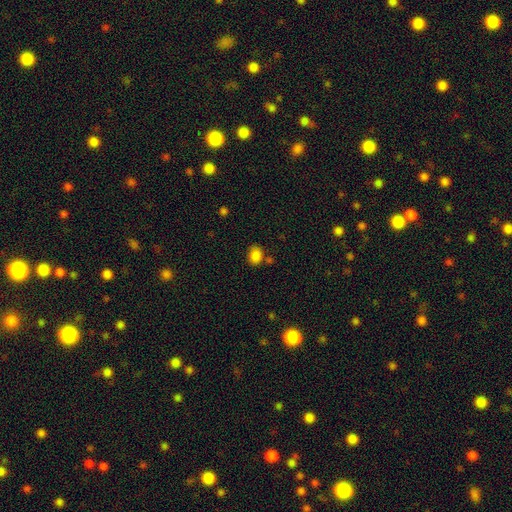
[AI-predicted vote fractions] Smooth or featured: smooth — 84% (star or artifact — 11%)
How rounded: in between — 55% (round — 44%)
Merging: none — 72% (minor disturbance — 15%)